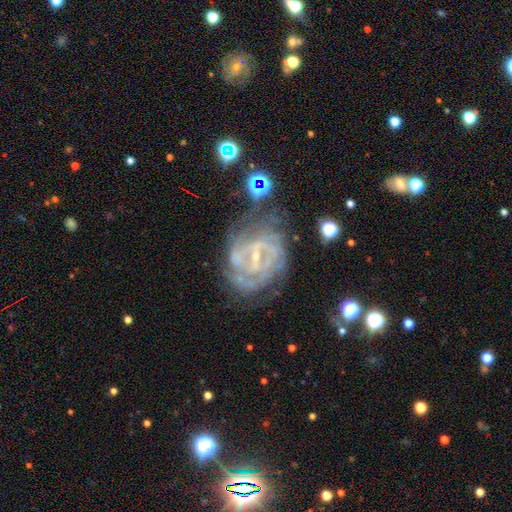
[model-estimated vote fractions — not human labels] This appears to be a featured or disk galaxy (80%) with a weak bar (47%), tight (58%) spiral arms (84%) and a small central bulge (68%). Merging: none (56%).